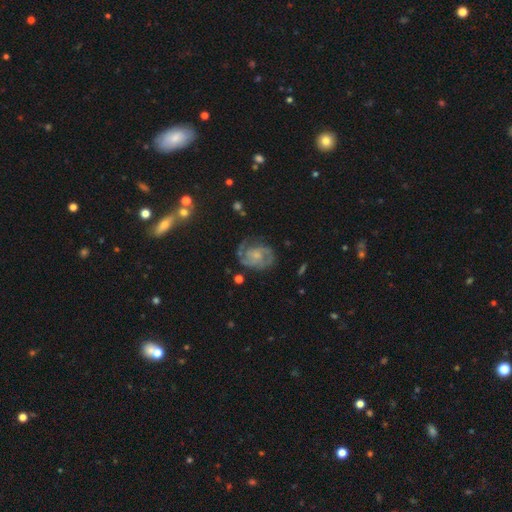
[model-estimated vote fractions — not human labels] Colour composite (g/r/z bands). It shows a featured or disk galaxy (81%) with no bar (65%), 2 (61%) tight (44%) spiral arms (93%) and a small central bulge (52%). Merging: none (64%).